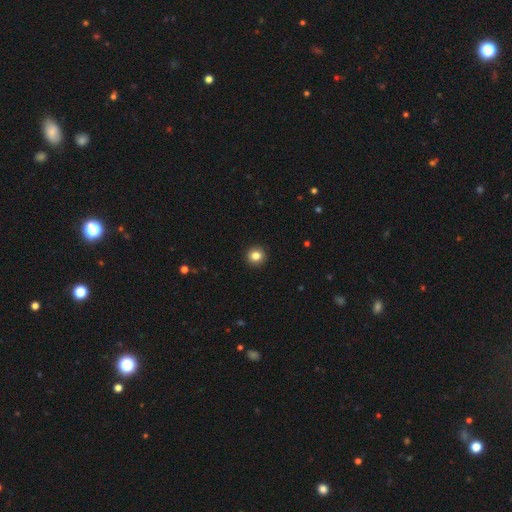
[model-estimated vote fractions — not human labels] Smooth or featured?
  - smooth: 83% *
  - star or artifact: 11%
  - featured or disk: 6%
How rounded?
  - round: 94% *
  - in between: 5%
  - cigar-shaped: 1%
Merging?
  - none: 94% *
  - minor disturbance: 4%
  - major disturbance: 1%
  - merger: 1%